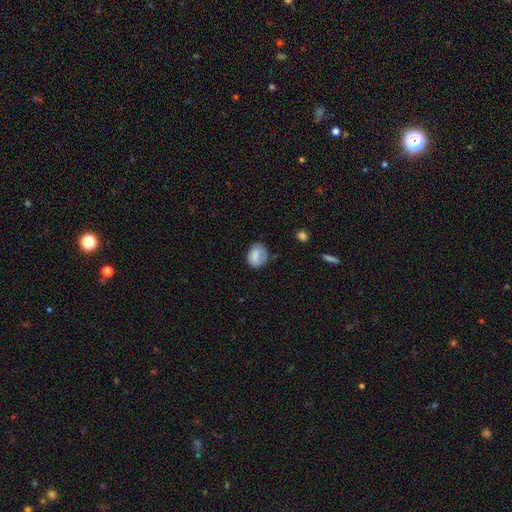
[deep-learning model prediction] smooth 79%, featured or disk 12%, star or artifact 8%. Down the decision tree: how rounded — in between (53%); merging — none (61%).